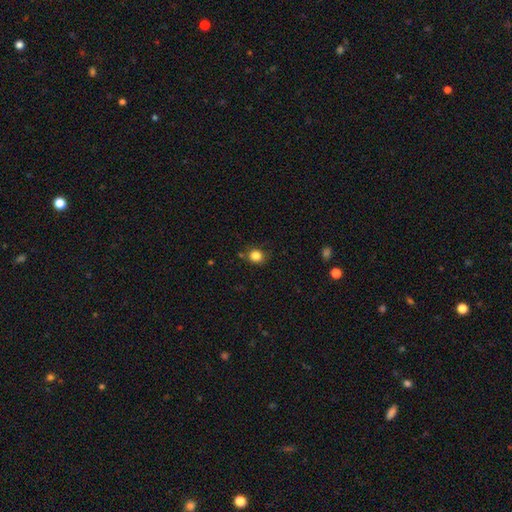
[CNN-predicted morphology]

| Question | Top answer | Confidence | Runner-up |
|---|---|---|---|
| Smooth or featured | smooth | 84% | star or artifact (12%) |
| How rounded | round | 81% | in between (18%) |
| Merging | none | 79% | minor disturbance (14%) |